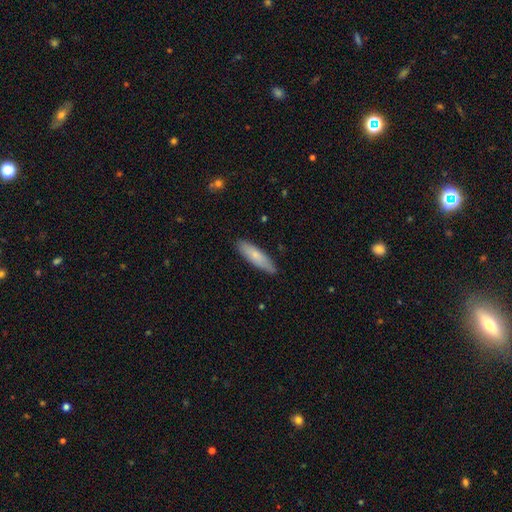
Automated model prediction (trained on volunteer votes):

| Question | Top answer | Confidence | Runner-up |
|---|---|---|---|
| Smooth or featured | smooth | 75% | featured or disk (19%) |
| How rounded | cigar-shaped | 66% | in between (33%) |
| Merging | none | 84% | minor disturbance (13%) |